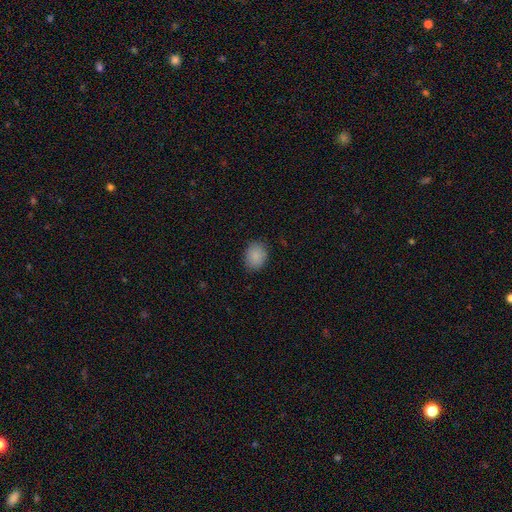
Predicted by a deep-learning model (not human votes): Smooth or featured: smooth — 88% (star or artifact — 8%)
How rounded: in between — 51% (round — 48%)
Merging: none — 85% (minor disturbance — 11%)